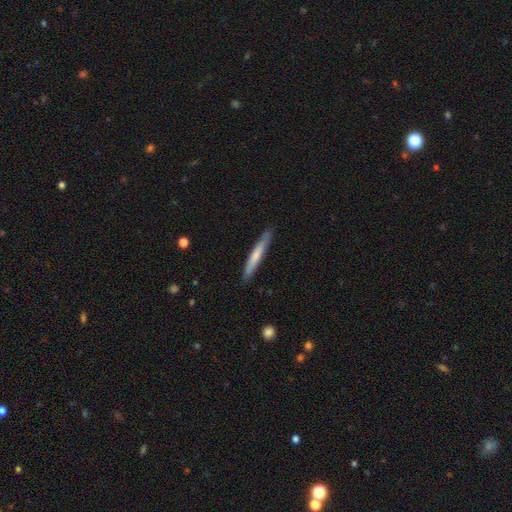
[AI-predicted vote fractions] smooth_or_featured: smooth (p=0.65) [alt: featured or disk p=0.30]
how_rounded: cigar-shaped (p=0.95) [alt: in between p=0.04]
merging: none (p=0.85) [alt: minor disturbance p=0.12]